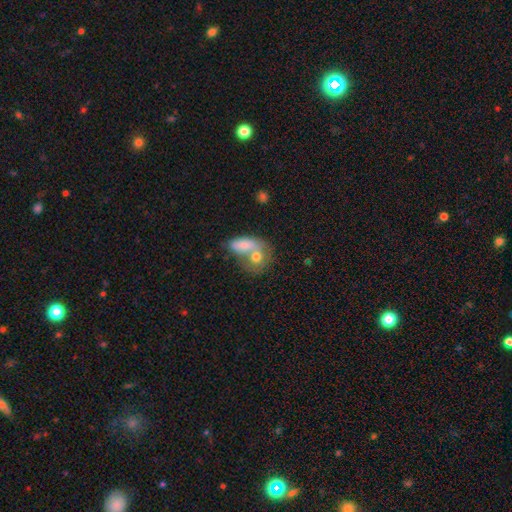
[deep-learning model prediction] The model was most divided on "how rounded": in between: 64%, round: 30%, cigar-shaped: 6%. More confident: smooth or featured — smooth (70%); merging — merger (62%).